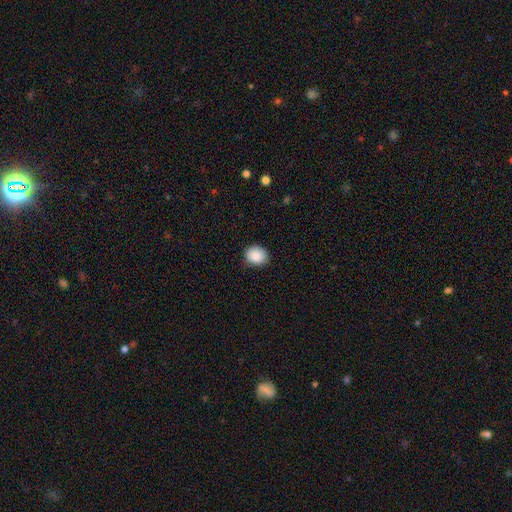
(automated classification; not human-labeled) Q: Smooth or featured?
A: smooth (89%); runner-up: star or artifact (8%)
Q: How rounded?
A: round (66%); runner-up: in between (33%)
Q: Merging?
A: none (84%); runner-up: minor disturbance (13%)